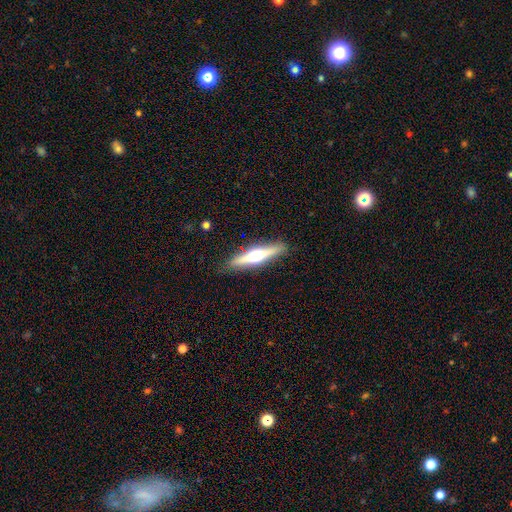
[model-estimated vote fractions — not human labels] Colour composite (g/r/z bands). It shows a featured or disk galaxy (64%) viewed edge-on (97%) with a rounded central bulge (92%). Merging: none (89%).